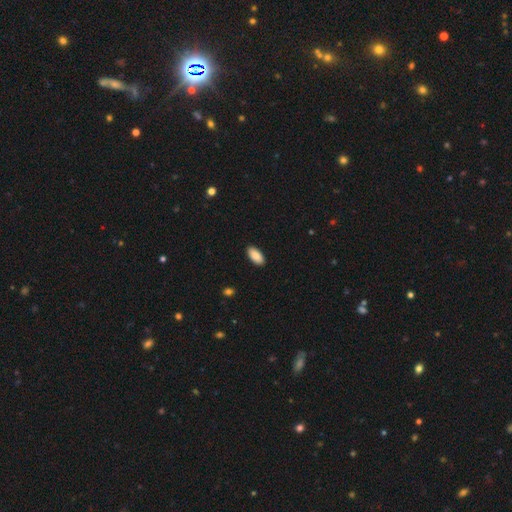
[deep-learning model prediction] This appears to be a smooth galaxy with no disk features (89%) that is in between round and cigar-shaped (93%). Merging: none (90%).